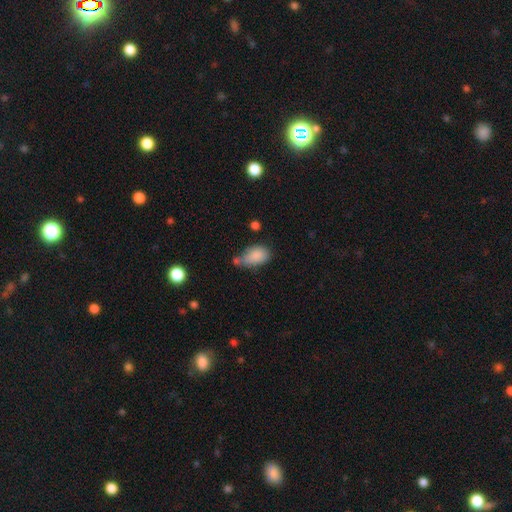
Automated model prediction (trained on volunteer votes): smooth_or_featured: smooth (p=0.84) [alt: star or artifact p=0.08]
how_rounded: in between (p=0.90) [alt: round p=0.07]
merging: none (p=0.40) [alt: minor disturbance p=0.32]